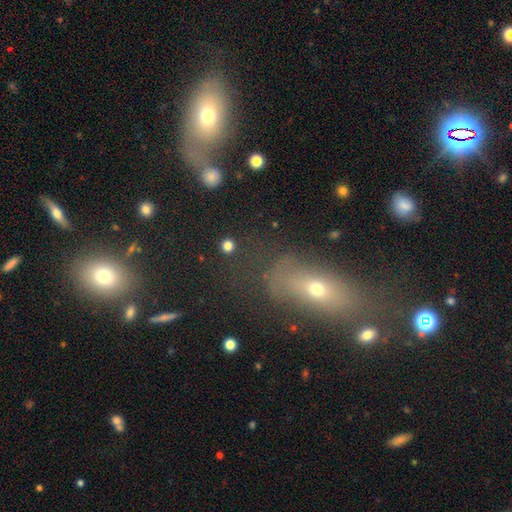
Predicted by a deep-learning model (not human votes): The model was most divided on "smooth or featured": smooth: 40%, featured or disk: 35%, star or artifact: 25%. More confident: merging — none (66%).